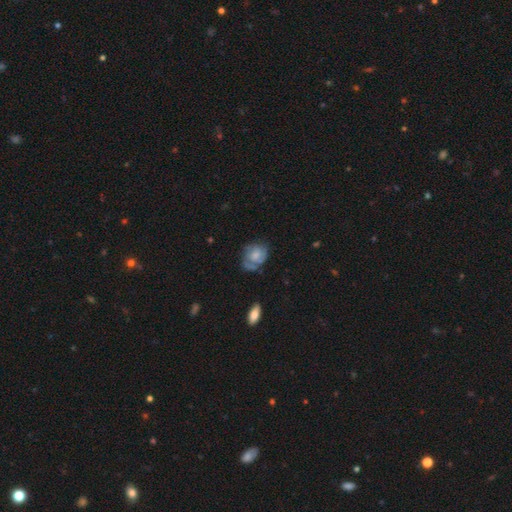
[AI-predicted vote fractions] featured or disk 53%, smooth 39%, star or artifact 8%. Down the decision tree: edge-on disk — no (97%); bar — no (75%); spiral arms — yes (76%); bulge size — moderate (35%); merging — none (55%).